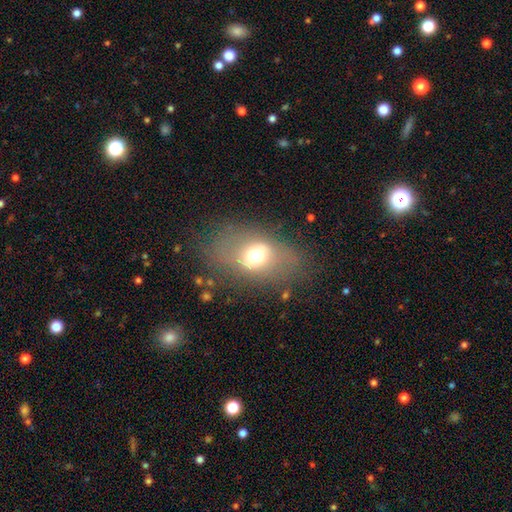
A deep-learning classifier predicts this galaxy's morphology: Smooth or featured? smooth (51%)
How rounded? in between (74%)
Merging? none (67%)